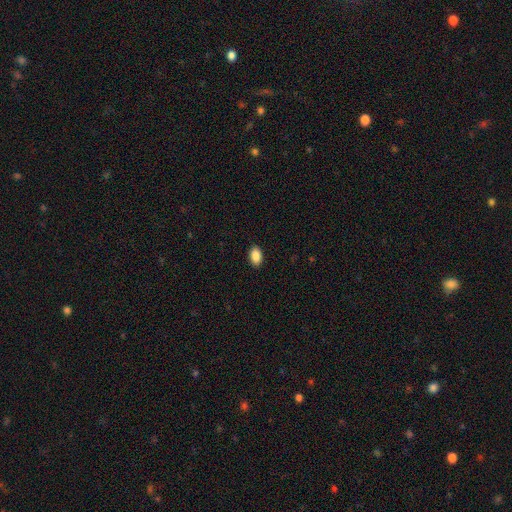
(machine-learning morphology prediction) Overall: smooth (89%). How rounded: in between (92%). Merging: none (90%).